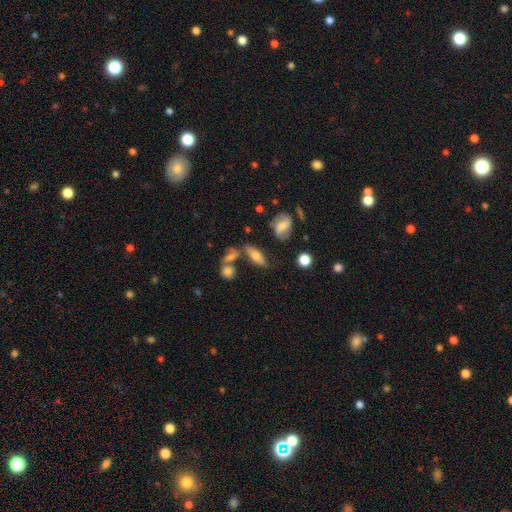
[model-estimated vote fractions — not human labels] This appears to be a smooth galaxy with no disk features (58%) that is in between round and cigar-shaped (65%). Merging: none (60%).